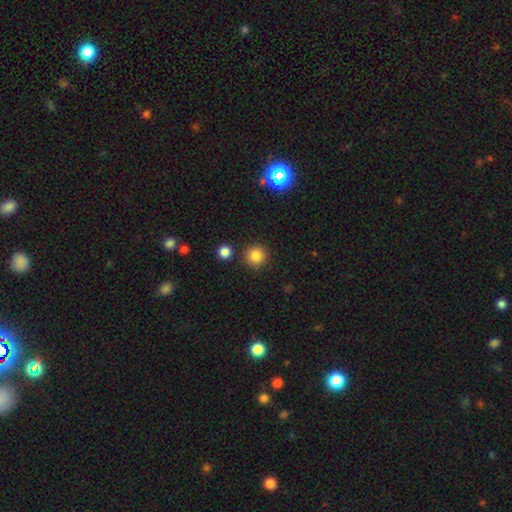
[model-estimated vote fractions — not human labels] Morphology: type=smooth (83%); roundness=round (95%); merging=none (87%).